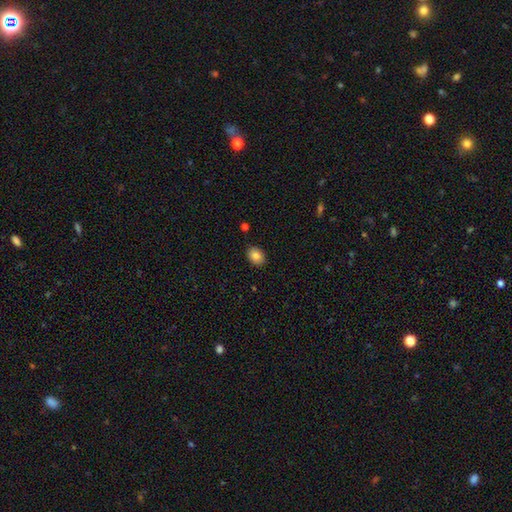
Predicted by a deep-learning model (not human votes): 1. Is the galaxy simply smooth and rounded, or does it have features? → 85% smooth, 8% star or artifact, 7% featured or disk.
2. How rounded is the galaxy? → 67% in between, 32% round, 1% cigar-shaped.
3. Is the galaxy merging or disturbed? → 89% none, 8% minor disturbance, 2% major disturbance, 1% merger.